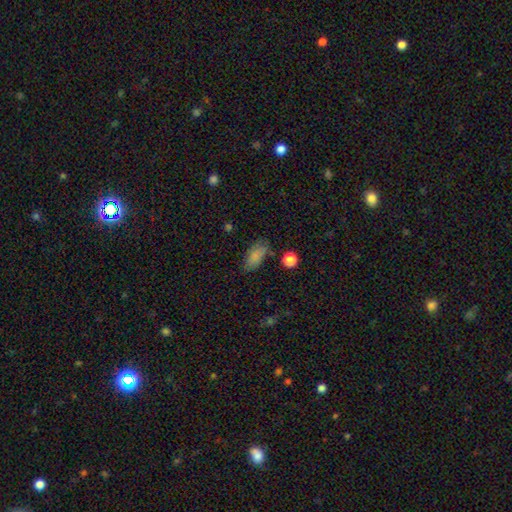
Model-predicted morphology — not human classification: This appears to be a smooth galaxy with no disk features (82%) that is in between round and cigar-shaped (89%). Merging: none (72%).